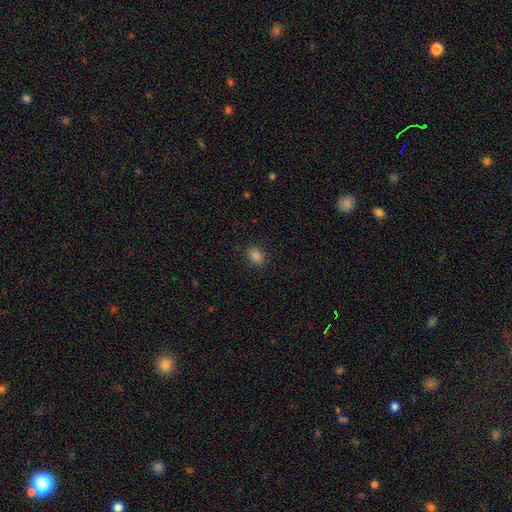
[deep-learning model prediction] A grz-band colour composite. It shows a smooth galaxy with no disk features (85%) that is in between round and cigar-shaped (69%). Merging: none (88%).